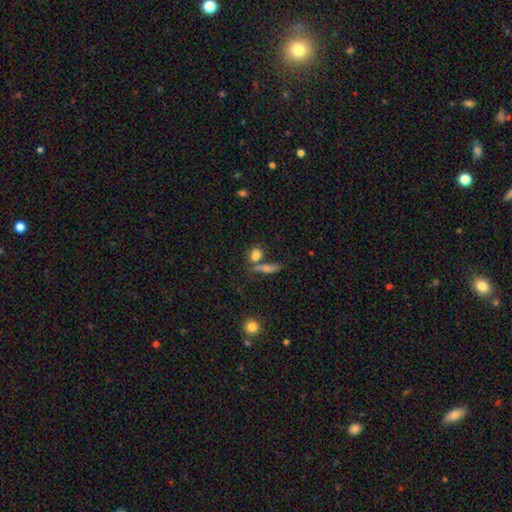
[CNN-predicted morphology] Smooth or featured: smooth — 78% (star or artifact — 12%)
How rounded: in between — 45% (tied with round — 45%)
Merging: none — 52% (merger — 31%)